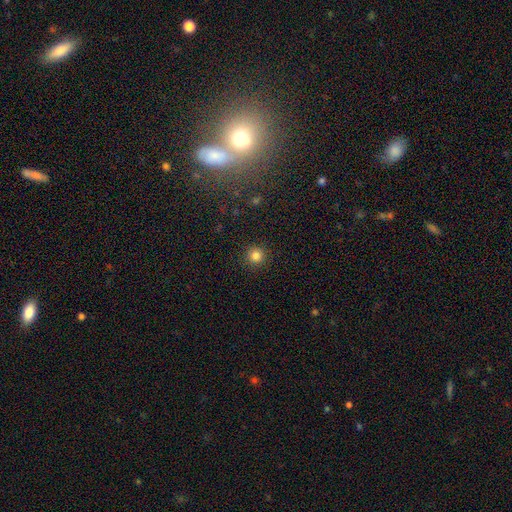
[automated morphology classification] type=smooth (83%); roundness=round (95%); merging=none (92%).